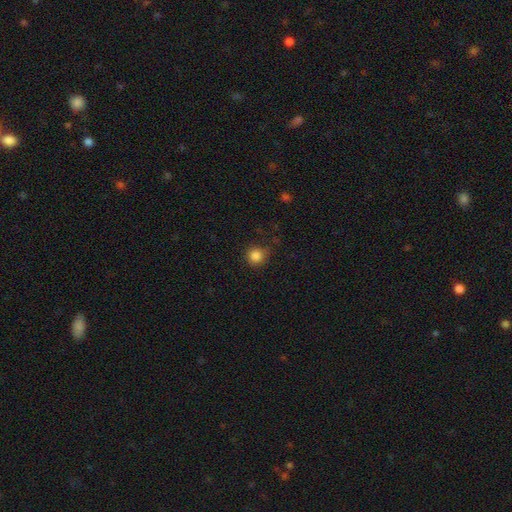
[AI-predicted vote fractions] Smooth or featured? smooth (85%)
How rounded? round (94%)
Merging? none (83%)